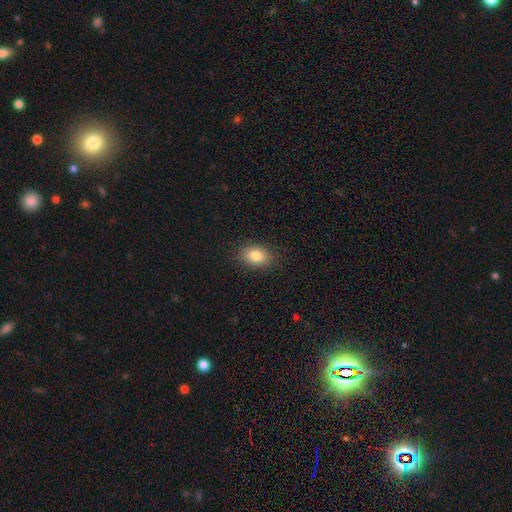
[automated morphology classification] This is clearly a smooth galaxy (83%). How rounded: clearly in between (84%). Merging: clearly none (88%).